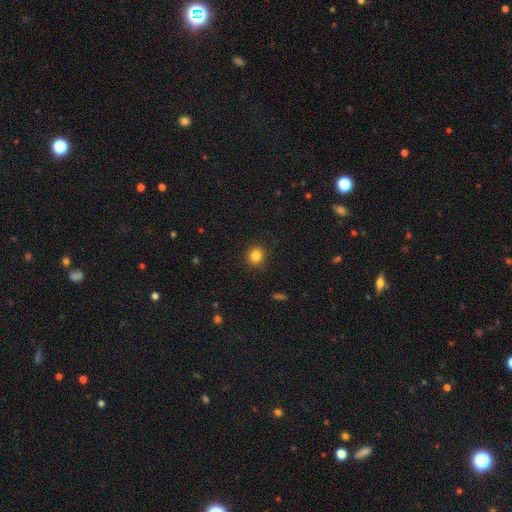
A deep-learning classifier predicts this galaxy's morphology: Smooth or featured: smooth — 84% (star or artifact — 11%)
How rounded: round — 83% (in between — 16%)
Merging: none — 90% (minor disturbance — 7%)